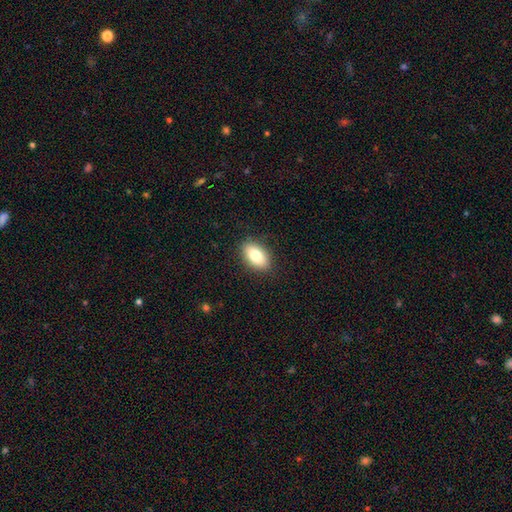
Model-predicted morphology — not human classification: Smooth or featured: smooth — 80% (featured or disk — 13%)
How rounded: in between — 90% (round — 7%)
Merging: none — 88% (minor disturbance — 9%)